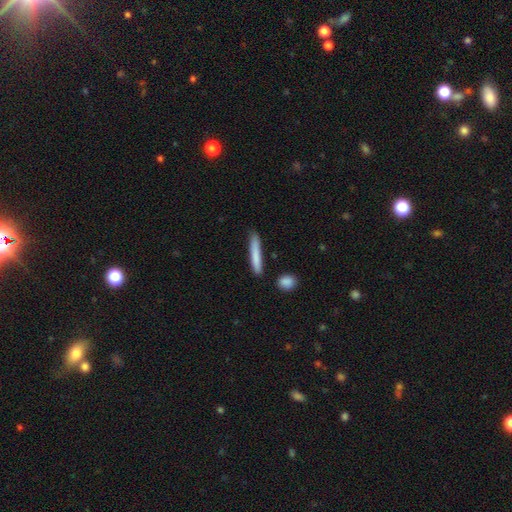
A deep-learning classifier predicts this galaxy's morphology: This is likely a smooth galaxy (80%). How rounded: clearly cigar-shaped (93%). Merging: clearly none (84%).